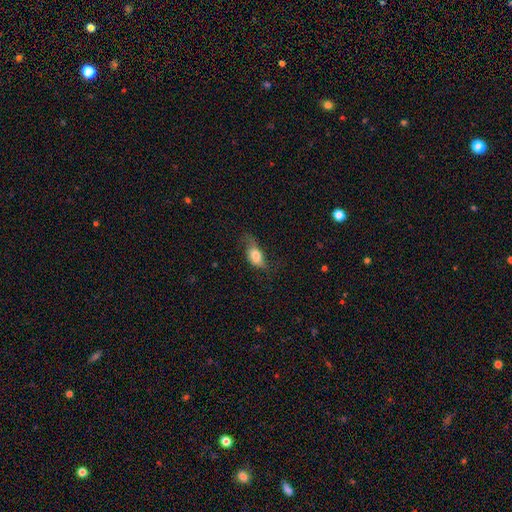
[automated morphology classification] Smooth or featured? Predicted: smooth (p=0.66). How rounded? Predicted: in between (p=0.85). Merging? Predicted: none (p=0.38).